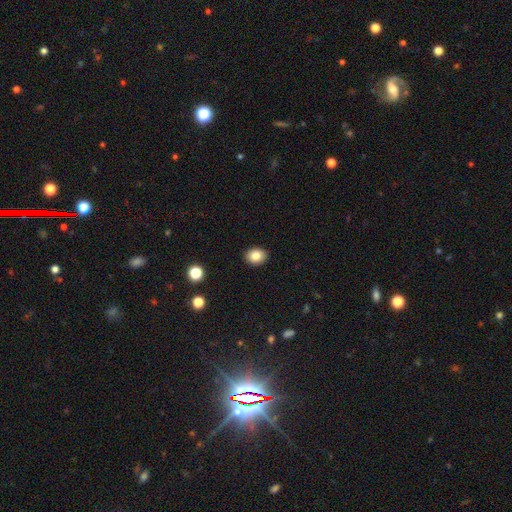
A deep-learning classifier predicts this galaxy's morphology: Smooth or featured: smooth — 84% (star or artifact — 9%)
How rounded: in between — 54% (round — 45%)
Merging: none — 91% (minor disturbance — 6%)